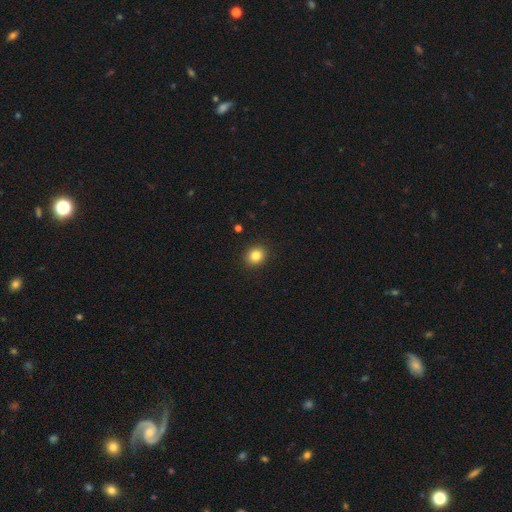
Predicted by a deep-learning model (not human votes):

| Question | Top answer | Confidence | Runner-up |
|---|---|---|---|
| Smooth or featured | smooth | 83% | star or artifact (10%) |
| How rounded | round | 72% | in between (28%) |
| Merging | none | 91% | minor disturbance (6%) |